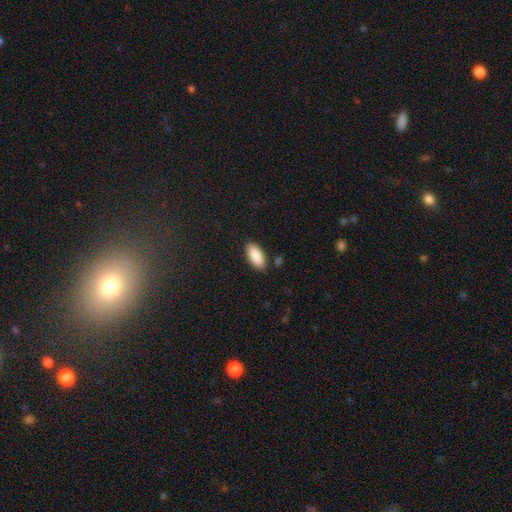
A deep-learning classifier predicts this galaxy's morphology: smooth-or-featured: smooth: 88% | star or artifact: 6% | featured or disk: 6%
  how-rounded: in between: 90% | cigar-shaped: 9% | round: 2%
  merging: none: 87% | minor disturbance: 9% | major disturbance: 2% | merger: 2%